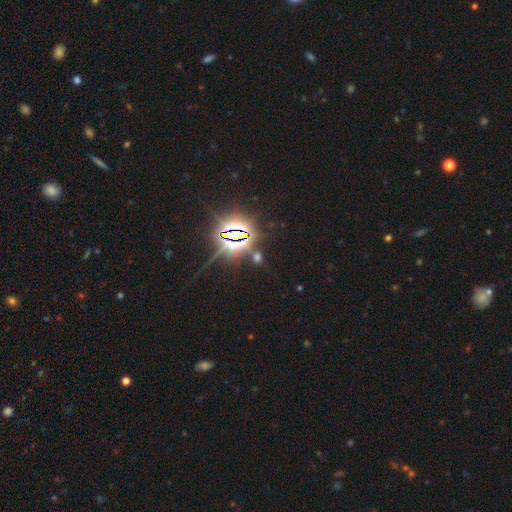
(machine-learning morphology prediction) Overall: star or artifact (84%).